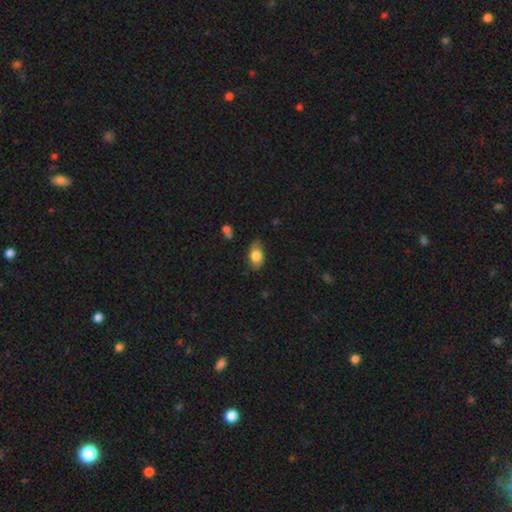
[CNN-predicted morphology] Smooth or featured?
  - smooth: 78% *
  - featured or disk: 15%
  - star or artifact: 7%
How rounded?
  - in between: 86% *
  - round: 11%
  - cigar-shaped: 3%
Merging?
  - none: 70% *
  - minor disturbance: 23%
  - major disturbance: 5%
  - merger: 2%